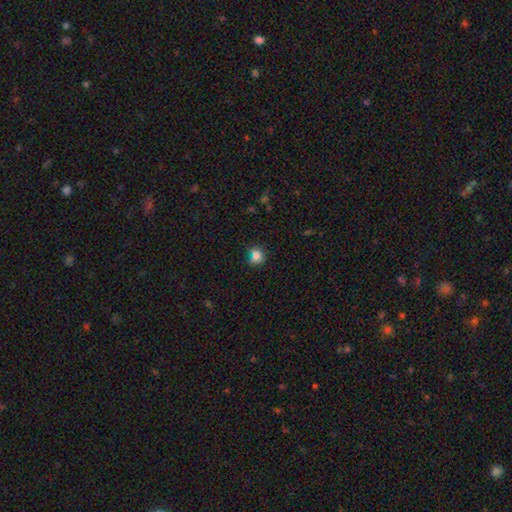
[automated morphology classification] Overall: smooth (78%). How rounded: round (76%). Merging: none (62%).